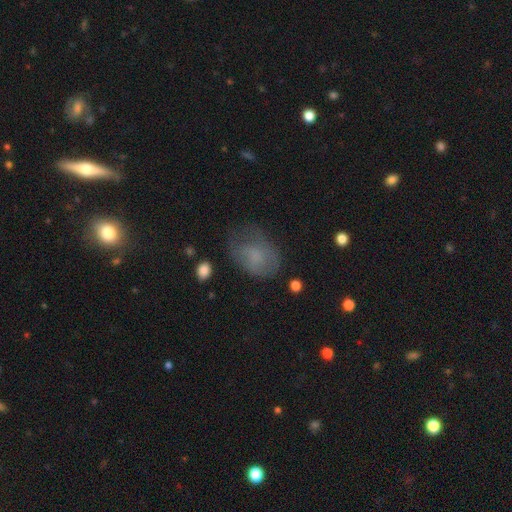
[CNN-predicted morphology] The model was most divided on "merging": none: 48%, minor disturbance: 30%, major disturbance: 20%, merger: 2%. More confident: how rounded — in between (74%); smooth or featured — smooth (65%).